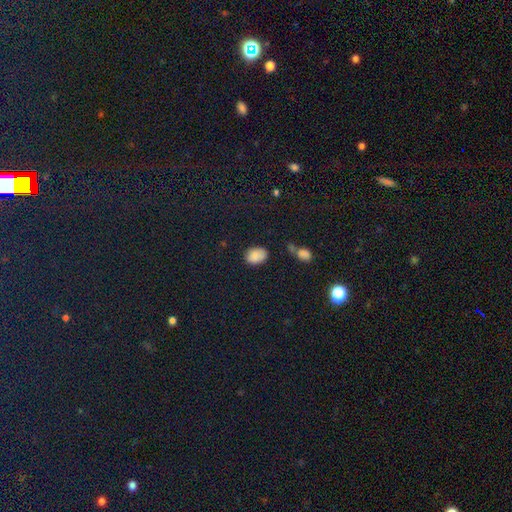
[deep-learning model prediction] Morphology: type=smooth (82%); roundness=in between (79%); merging=none (70%).